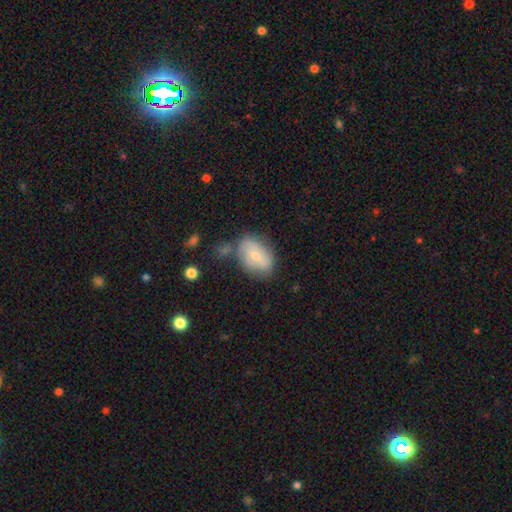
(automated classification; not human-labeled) Q: Smooth or featured?
A: smooth (50%); runner-up: featured or disk (42%)
Q: How rounded?
A: in between (82%); runner-up: round (17%)
Q: Merging?
A: none (61%); runner-up: minor disturbance (23%)